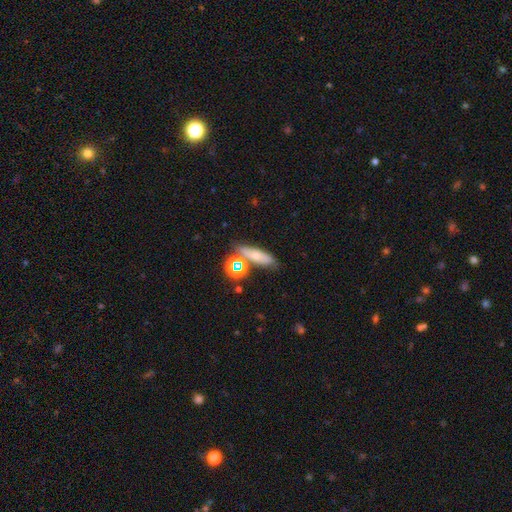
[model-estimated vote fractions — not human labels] smooth_or_featured: smooth (p=0.61) [alt: featured or disk p=0.21]
how_rounded: cigar-shaped (p=0.45) [alt: in between p=0.43]
merging: none (p=0.64) [alt: minor disturbance p=0.16]